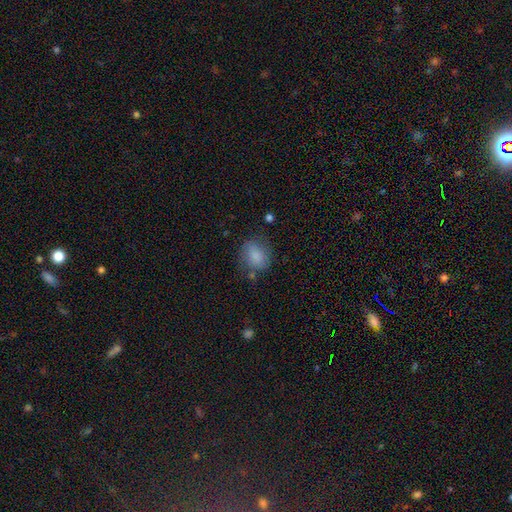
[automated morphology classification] Smooth or featured?
  - smooth: 83% *
  - star or artifact: 8%
  - featured or disk: 8%
How rounded?
  - in between: 53% *
  - round: 46%
  - cigar-shaped: 1%
Merging?
  - none: 67% *
  - minor disturbance: 22%
  - major disturbance: 8%
  - merger: 4%